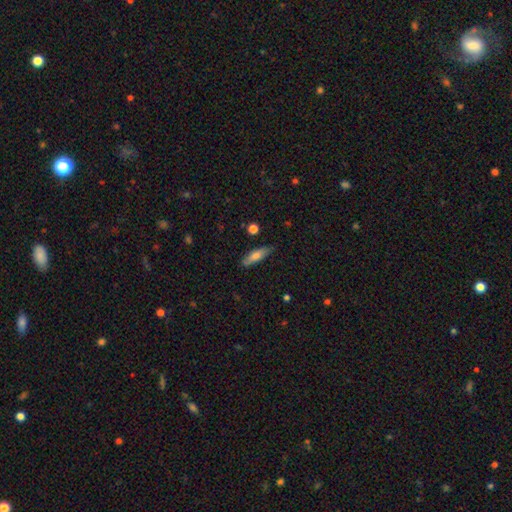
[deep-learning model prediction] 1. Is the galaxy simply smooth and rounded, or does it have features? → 71% smooth, 23% featured or disk, 7% star or artifact.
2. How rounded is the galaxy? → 64% cigar-shaped, 34% in between, 2% round.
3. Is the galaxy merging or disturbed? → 82% none, 14% minor disturbance, 3% major disturbance, 2% merger.